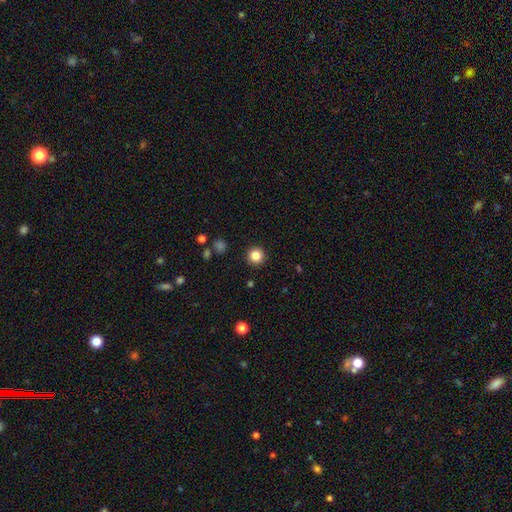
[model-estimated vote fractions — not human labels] smooth-or-featured: smooth: 84% | star or artifact: 11% | featured or disk: 5%
  how-rounded: round: 95% | in between: 4% | cigar-shaped: 1%
  merging: none: 93% | minor disturbance: 5% | major disturbance: 2% | merger: 1%